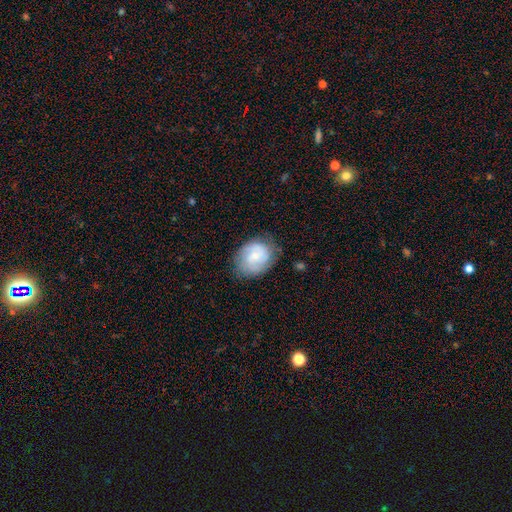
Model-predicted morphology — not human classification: Overall: featured or disk (50%; smooth 43%). Merging: none (73%).